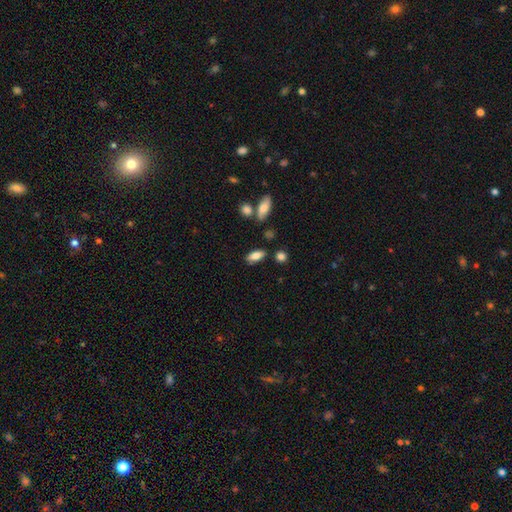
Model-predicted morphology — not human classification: A smooth galaxy with no disk features (79%) that is in between round and cigar-shaped (81%).

Vote fractions:
- Smooth or featured? smooth: 79% / featured or disk: 13% / star or artifact: 8%
- How rounded? in between: 81% / cigar-shaped: 16% / round: 3%
- Merging? none: 78% / minor disturbance: 13% / merger: 5% / major disturbance: 3%